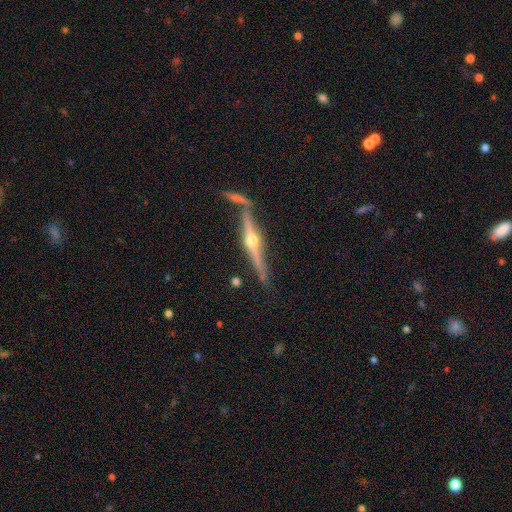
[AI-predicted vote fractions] smooth_or_featured: featured or disk (p=0.87) [alt: smooth p=0.07]
disk_edge_on: yes (p=0.96) [alt: no p=0.04]
edge_on_bulge: rounded (p=0.93) [alt: none p=0.03]
merging: none (p=0.69) [alt: minor disturbance p=0.16]